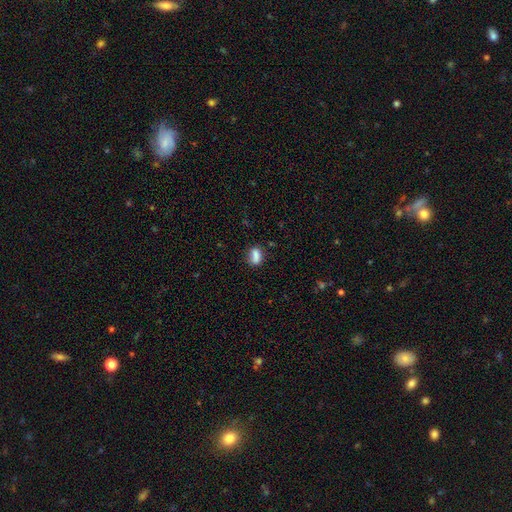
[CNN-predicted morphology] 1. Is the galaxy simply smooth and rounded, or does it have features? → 81% smooth, 10% featured or disk, 10% star or artifact.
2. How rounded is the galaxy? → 72% in between, 21% round, 7% cigar-shaped.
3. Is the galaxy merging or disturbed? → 62% none, 20% minor disturbance, 13% merger, 6% major disturbance.